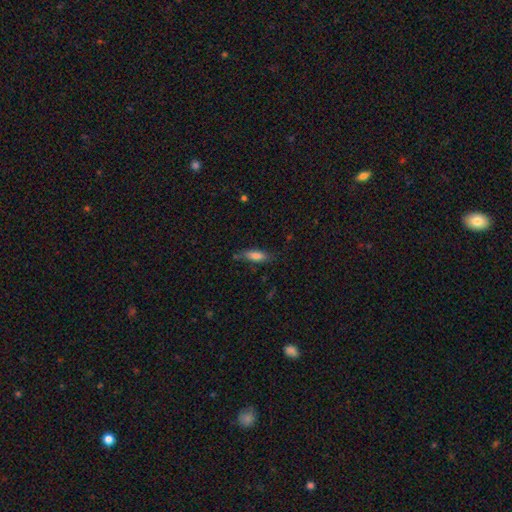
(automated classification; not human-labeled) Smooth or featured: smooth — 77% (featured or disk — 15%)
How rounded: in between — 54% (cigar-shaped — 44%)
Merging: none — 67% (minor disturbance — 23%)